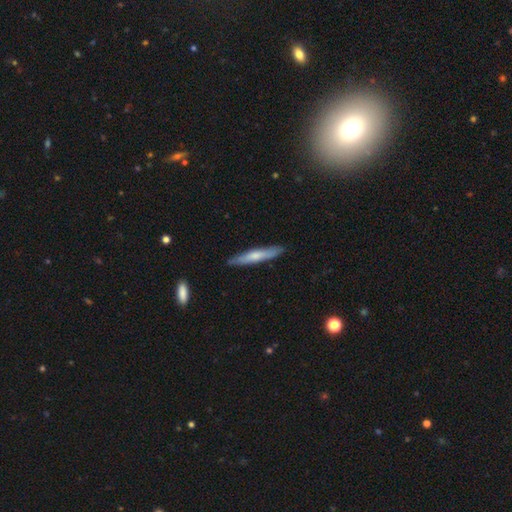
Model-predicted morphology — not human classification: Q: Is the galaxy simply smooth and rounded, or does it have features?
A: smooth — 57%.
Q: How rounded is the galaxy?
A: cigar-shaped — 92%.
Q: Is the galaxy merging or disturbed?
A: none — 86%.